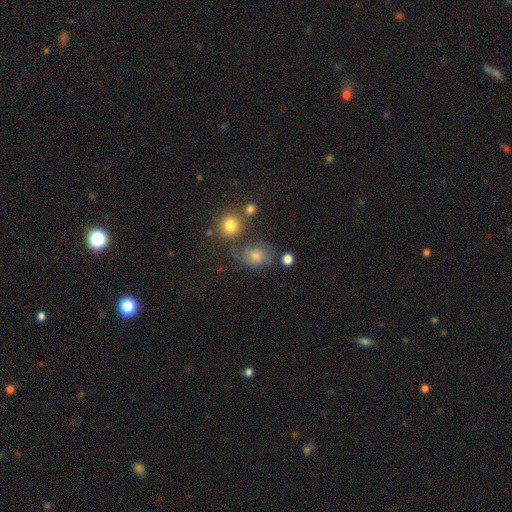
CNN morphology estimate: A smooth galaxy with no disk features (46%).

Vote fractions:
- Smooth or featured? smooth: 46% / featured or disk: 37% / star or artifact: 17%
- Merging? none: 54% / minor disturbance: 21% / major disturbance: 14% / merger: 11%